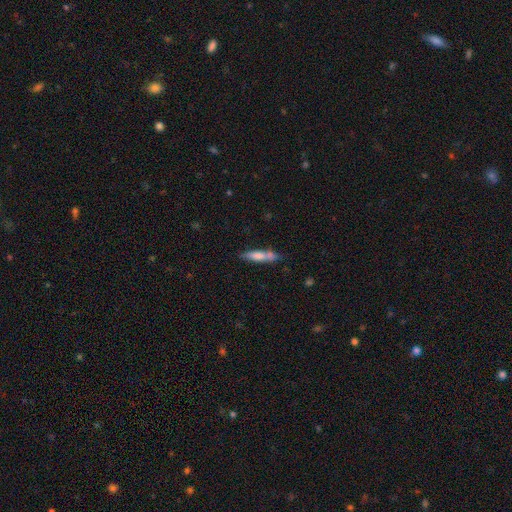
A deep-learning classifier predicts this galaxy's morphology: A smooth galaxy with no disk features (62%) that is cigar-shaped (85%). Merging: none (67%).